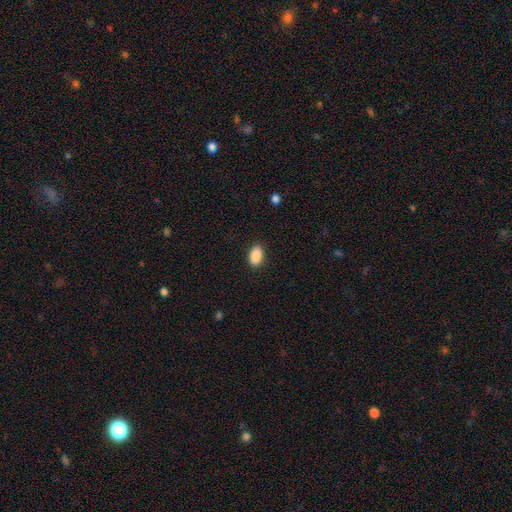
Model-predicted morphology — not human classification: type=smooth (90%); roundness=in between (92%); merging=none (89%).